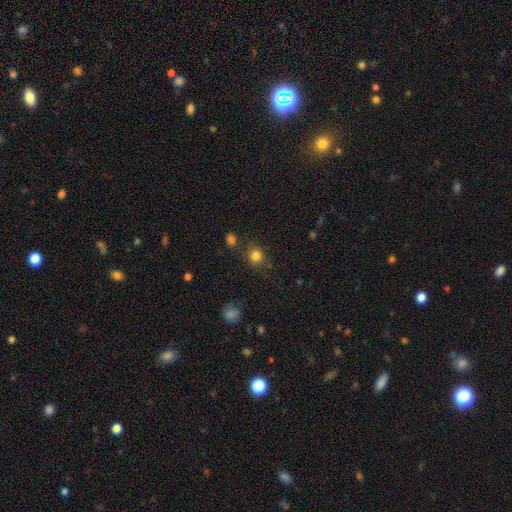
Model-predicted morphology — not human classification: A smooth galaxy with no disk features (82%) that is round (87%).

Vote fractions:
- Smooth or featured? smooth: 82% / star or artifact: 13% / featured or disk: 5%
- How rounded? round: 87% / in between: 12% / cigar-shaped: 1%
- Merging? none: 81% / minor disturbance: 10% / merger: 4% / major disturbance: 4%